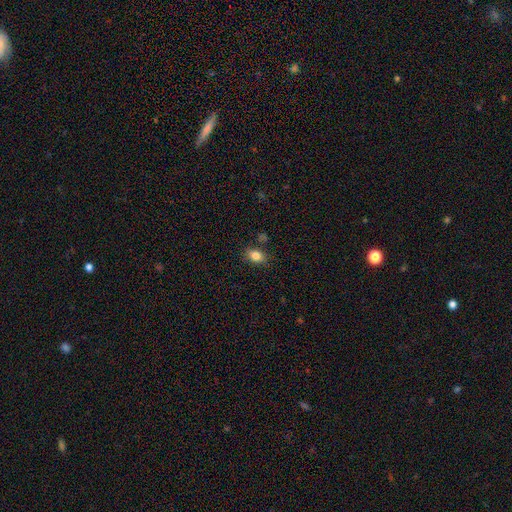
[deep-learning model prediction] A smooth galaxy with no disk features (83%) that is in between round and cigar-shaped (81%).

Vote fractions:
- Smooth or featured? smooth: 83% / star or artifact: 10% / featured or disk: 7%
- How rounded? in between: 81% / round: 17% / cigar-shaped: 2%
- Merging? none: 82% / minor disturbance: 11% / merger: 4% / major disturbance: 3%